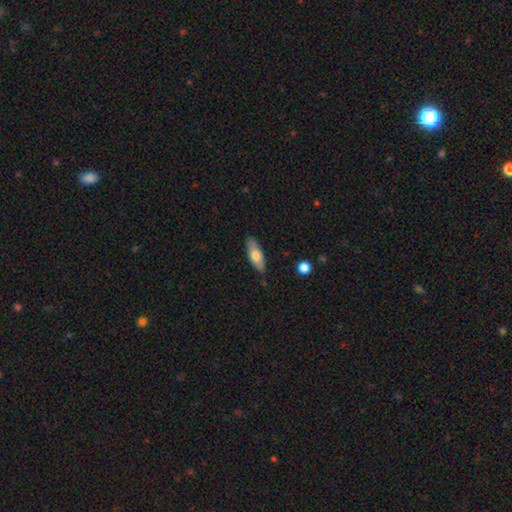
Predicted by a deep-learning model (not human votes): Overall: smooth (69%). How rounded: in between (67%; cigar-shaped 30%). Merging: none (82%).